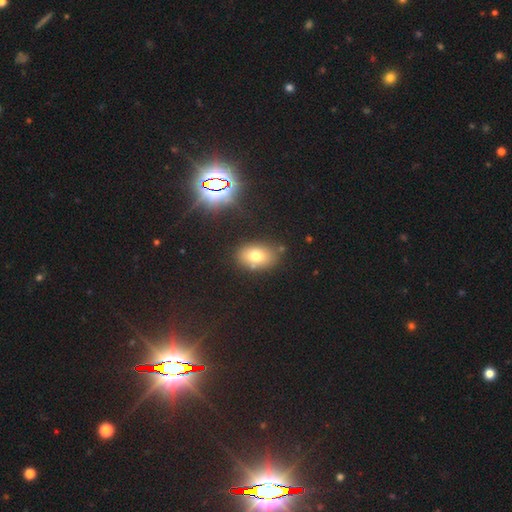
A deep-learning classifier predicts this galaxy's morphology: A smooth galaxy with no disk features (73%) that is in between round and cigar-shaped (80%).

Vote fractions:
- Smooth or featured? smooth: 73% / star or artifact: 14% / featured or disk: 13%
- How rounded? in between: 80% / round: 18% / cigar-shaped: 1%
- Merging? none: 78% / minor disturbance: 13% / merger: 6% / major disturbance: 4%